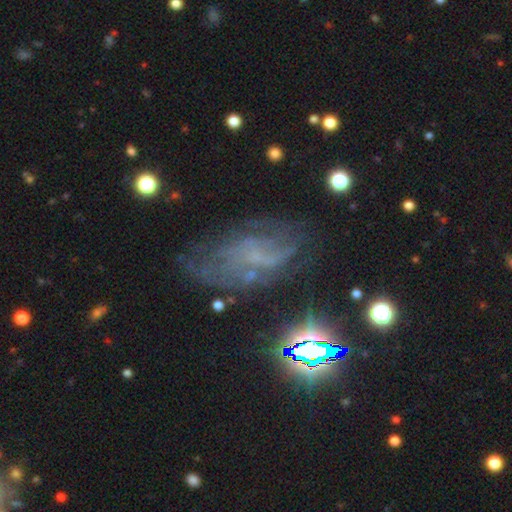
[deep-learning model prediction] Morphology: type=featured or disk (50%); edge-on=no (93%); merging=none (50%).